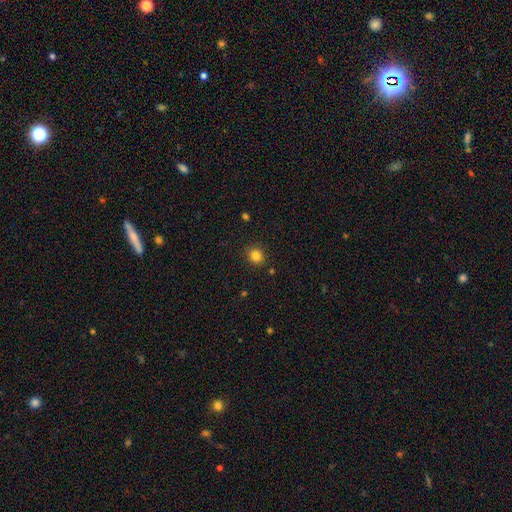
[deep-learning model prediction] smooth_or_featured: smooth (p=0.83) [alt: star or artifact p=0.12]
how_rounded: round (p=0.80) [alt: in between p=0.19]
merging: none (p=0.90) [alt: minor disturbance p=0.07]